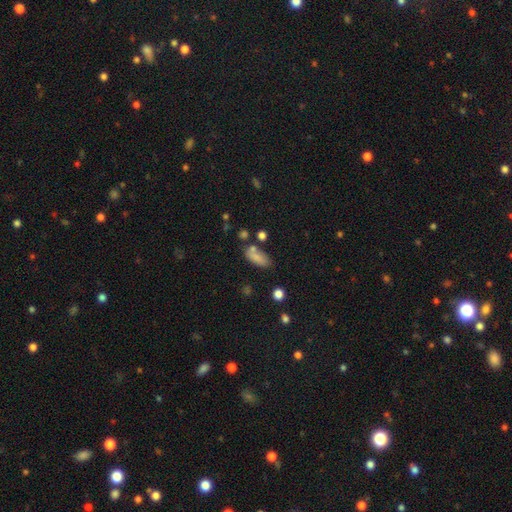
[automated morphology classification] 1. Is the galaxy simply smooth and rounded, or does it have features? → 81% smooth, 10% star or artifact, 9% featured or disk.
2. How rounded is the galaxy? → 81% in between, 15% cigar-shaped, 4% round.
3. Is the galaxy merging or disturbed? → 61% none, 20% minor disturbance, 12% merger, 7% major disturbance.